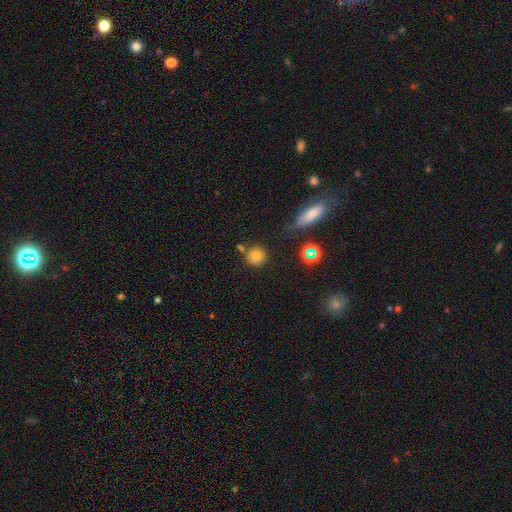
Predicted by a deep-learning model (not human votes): smooth_or_featured: smooth (p=0.75) [alt: star or artifact p=0.15]
how_rounded: round (p=0.92) [alt: in between p=0.07]
merging: none (p=0.75) [alt: merger p=0.11]